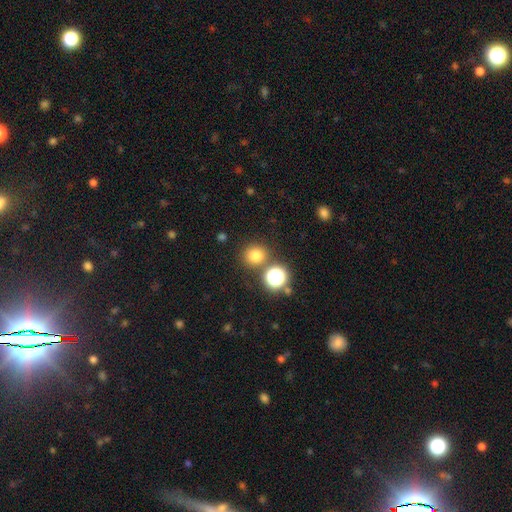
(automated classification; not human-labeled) This appears to be a smooth galaxy with no disk features (77%) that is round (86%). Merging: none (81%).